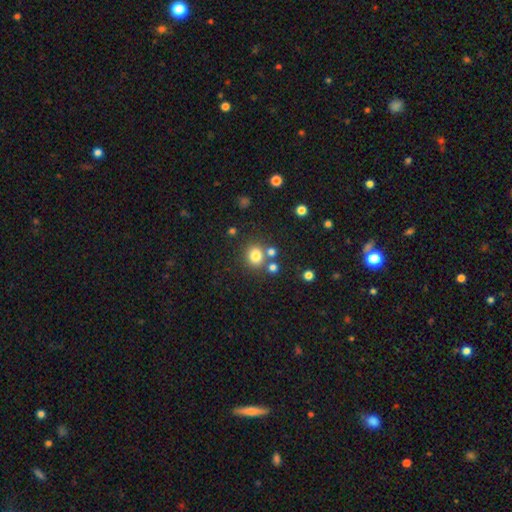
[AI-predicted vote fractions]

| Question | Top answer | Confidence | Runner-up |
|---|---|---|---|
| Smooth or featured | smooth | 79% | star or artifact (14%) |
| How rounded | round | 83% | in between (16%) |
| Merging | none | 73% | merger (15%) |